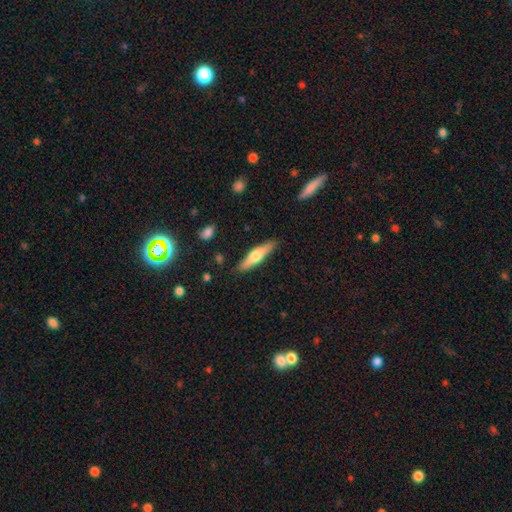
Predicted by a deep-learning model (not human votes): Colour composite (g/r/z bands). It shows a smooth galaxy with no disk features (47%, tied with featured or disk). Merging: none (87%).